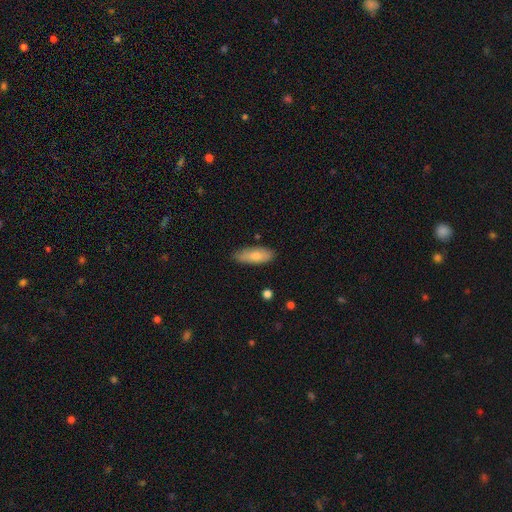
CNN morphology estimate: Overall: smooth (82%). How rounded: in between (68%; cigar-shaped 30%). Merging: none (80%).